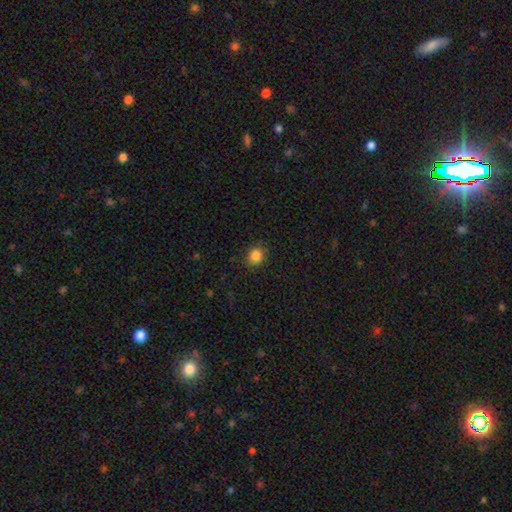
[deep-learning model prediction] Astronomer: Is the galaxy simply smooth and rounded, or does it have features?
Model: smooth — 85%.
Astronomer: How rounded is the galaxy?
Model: round — 79%.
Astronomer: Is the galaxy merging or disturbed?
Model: none — 86%.